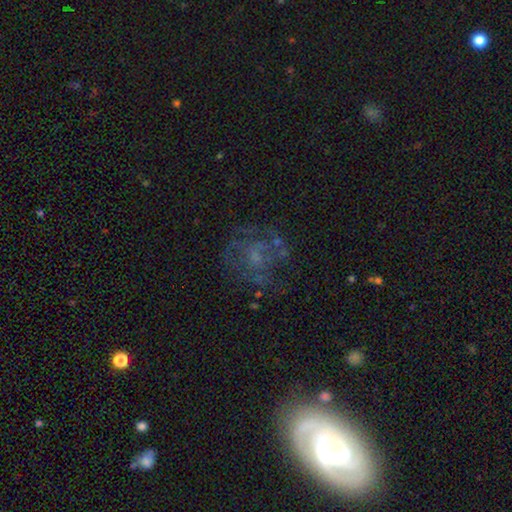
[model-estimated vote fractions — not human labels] Morphology: type=featured or disk (58%); edge-on=no (98%); bar=no (81%); spiral arms=no (60%); bulge=small (42%); merging=none (57%).